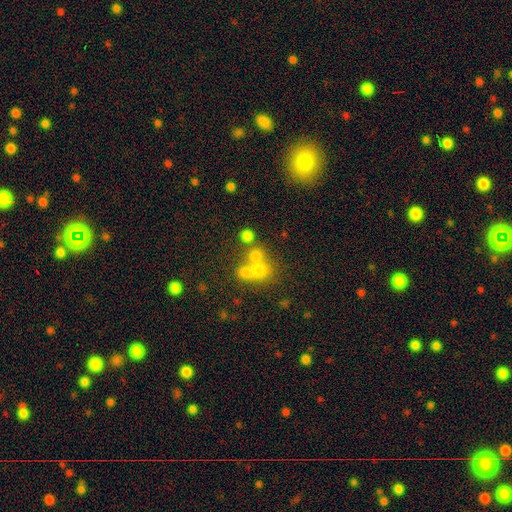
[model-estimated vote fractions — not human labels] smooth_or_featured: smooth (p=0.63) [alt: star or artifact p=0.19]
how_rounded: round (p=0.79) [alt: in between p=0.20]
merging: merger (p=0.45) [alt: none p=0.43]